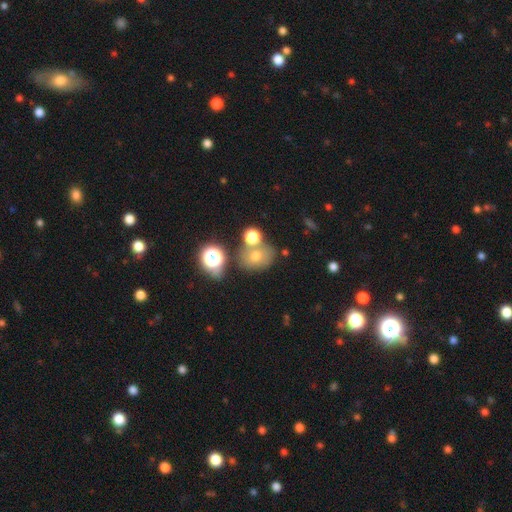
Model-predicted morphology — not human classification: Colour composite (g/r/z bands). It shows a smooth galaxy with no disk features (60%) that is round (64%). Merging: none (59%).